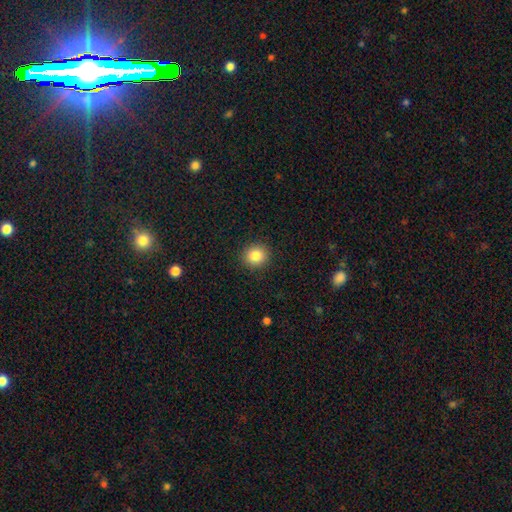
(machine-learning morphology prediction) A smooth galaxy with no disk features (84%) that is round (86%). Merging: none (91%).